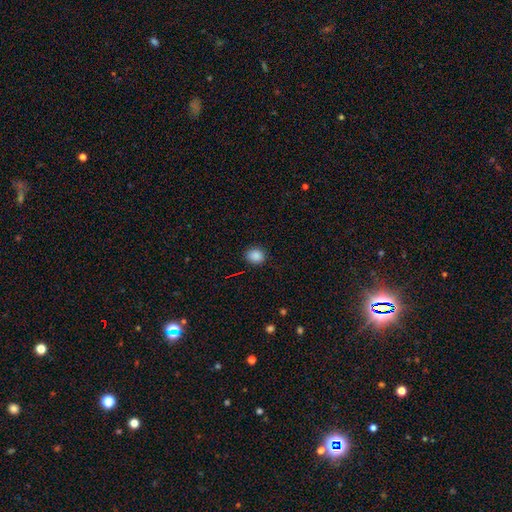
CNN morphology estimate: This appears to be a smooth galaxy with no disk features (86%) that is round (76%). Merging: none (87%).